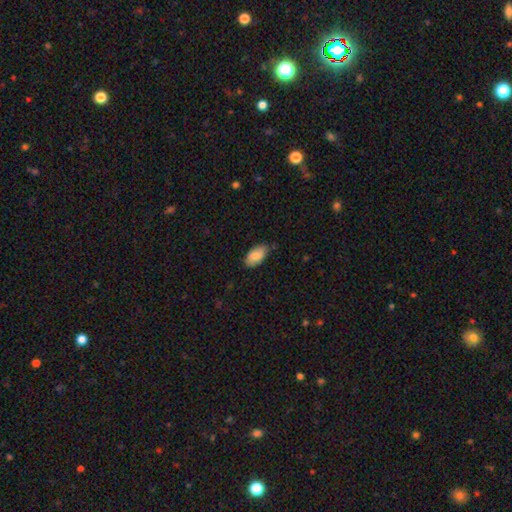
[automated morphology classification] A smooth galaxy with no disk features (84%) that is in between round and cigar-shaped (94%). Merging: none (69%).